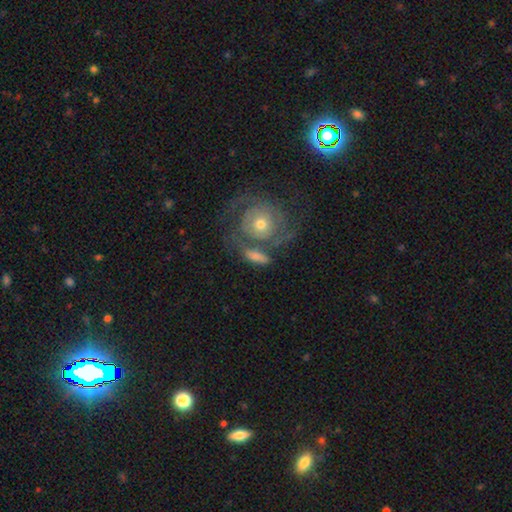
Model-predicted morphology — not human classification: type=featured or disk (61%); edge-on=no (88%); bar=no (76%); spiral arms=yes (74%); bulge=moderate (48%); merging=none (45%).